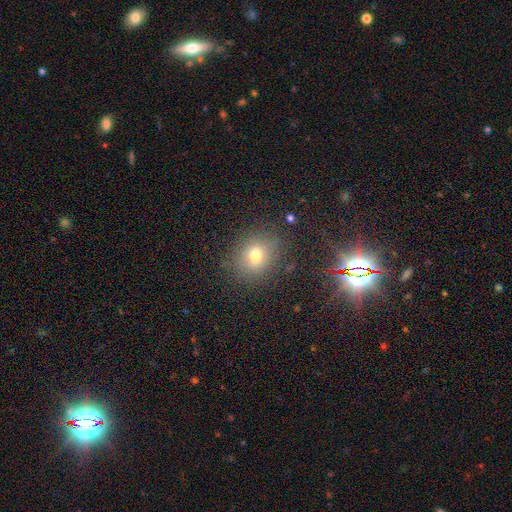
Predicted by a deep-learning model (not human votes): Smooth or featured: smooth — 68% (star or artifact — 19%)
How rounded: round — 66% (in between — 32%)
Merging: none — 82% (minor disturbance — 11%)